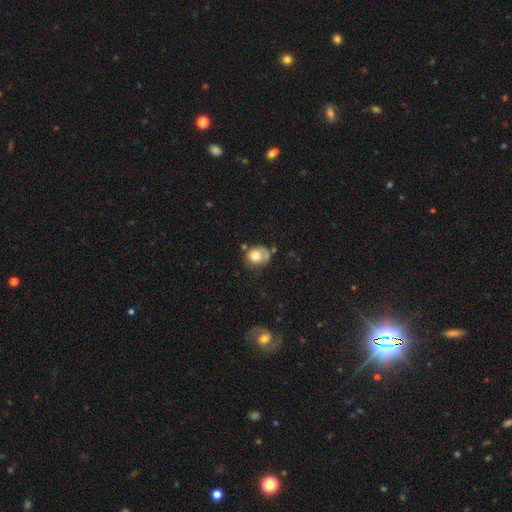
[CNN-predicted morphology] Smooth or featured?
  - smooth: 68% *
  - featured or disk: 23%
  - star or artifact: 8%
How rounded?
  - round: 64% *
  - in between: 35%
  - cigar-shaped: 1%
Merging?
  - none: 45% *
  - minor disturbance: 27%
  - major disturbance: 18%
  - merger: 10%